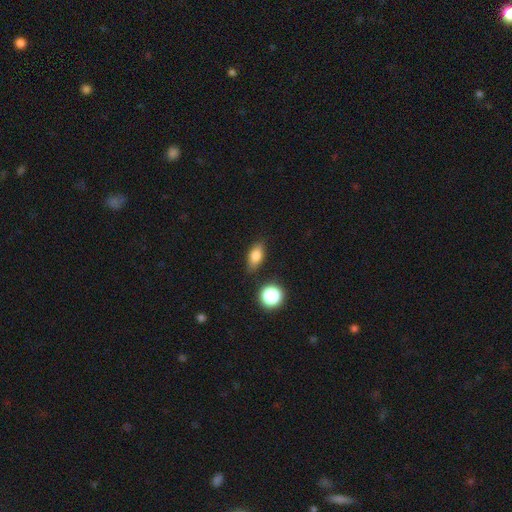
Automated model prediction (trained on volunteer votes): Smooth or featured?
  - smooth: 79% *
  - featured or disk: 11%
  - star or artifact: 10%
How rounded?
  - in between: 80% *
  - round: 11%
  - cigar-shaped: 9%
Merging?
  - none: 82% *
  - minor disturbance: 12%
  - merger: 3%
  - major disturbance: 3%